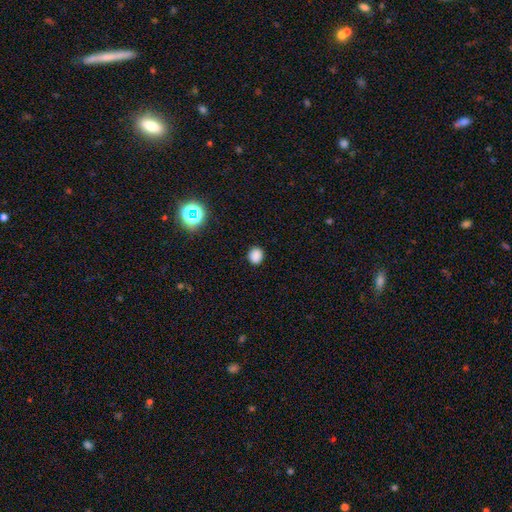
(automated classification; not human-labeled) smooth-or-featured: smooth: 84% | star or artifact: 13% | featured or disk: 3%
  how-rounded: round: 73% | in between: 26% | cigar-shaped: 1%
  merging: none: 90% | minor disturbance: 7% | major disturbance: 2% | merger: 1%